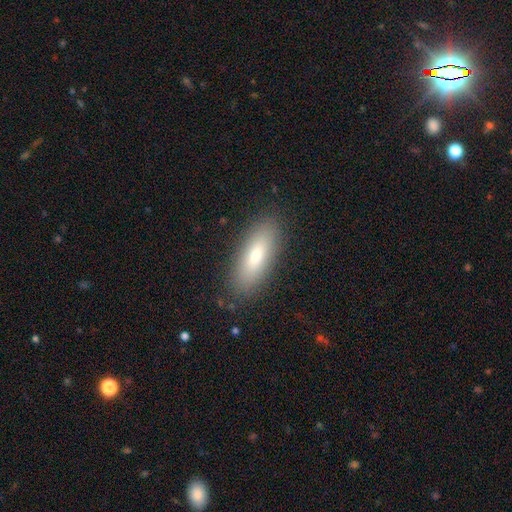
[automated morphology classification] Overall: smooth (73%). How rounded: in between (61%; cigar-shaped 36%). Merging: none (86%).